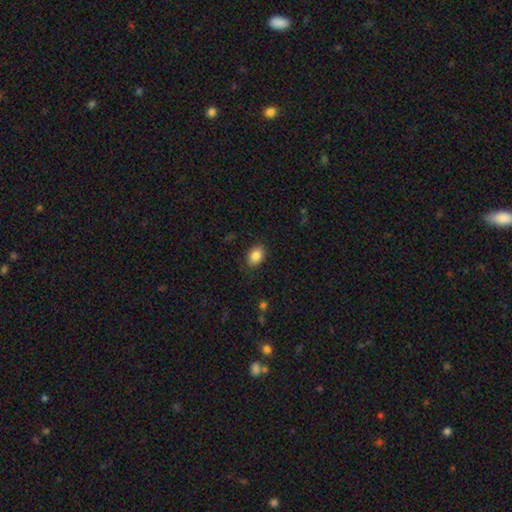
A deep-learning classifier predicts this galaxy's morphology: type=smooth (86%); roundness=in between (77%); merging=none (86%).